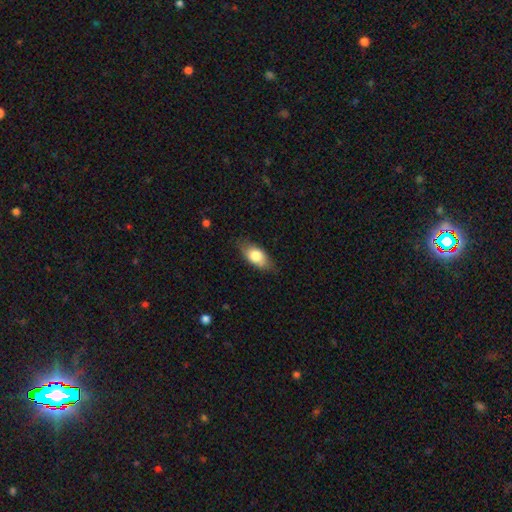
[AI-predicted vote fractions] Smooth or featured? smooth (75%)
How rounded? in between (86%)
Merging? none (77%)